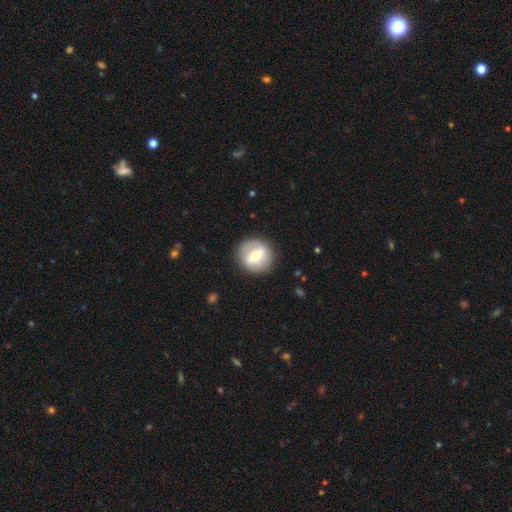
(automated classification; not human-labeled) smooth_or_featured: smooth (p=0.47) [alt: featured or disk p=0.46]
merging: none (p=0.86) [alt: minor disturbance p=0.09]